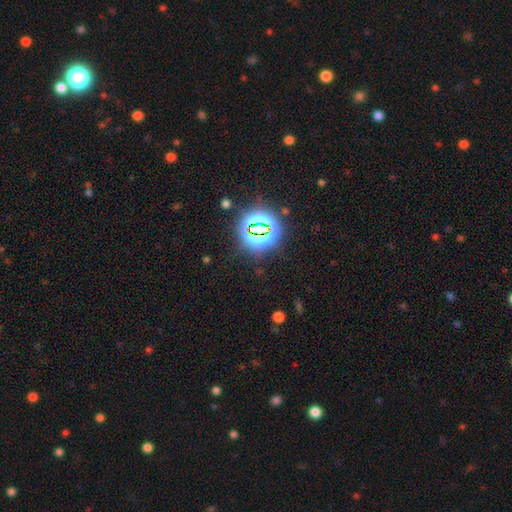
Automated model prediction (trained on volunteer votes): Smooth or featured: star or artifact — 79% (smooth — 13%)